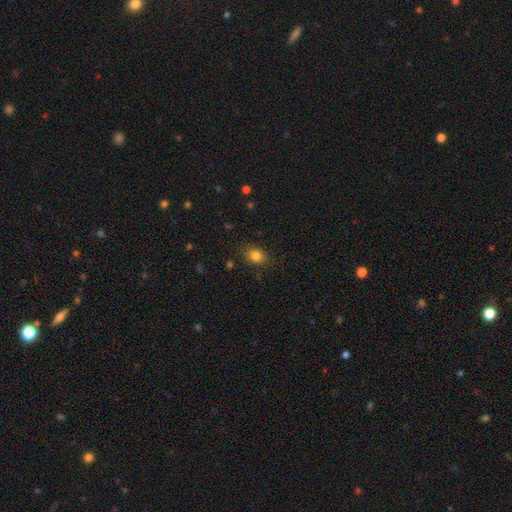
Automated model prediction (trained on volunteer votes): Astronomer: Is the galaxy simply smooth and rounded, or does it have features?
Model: smooth — 82%.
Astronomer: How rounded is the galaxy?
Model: in between — 51% (runner-up: round, 48%).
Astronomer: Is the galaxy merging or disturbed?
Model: none — 85%.